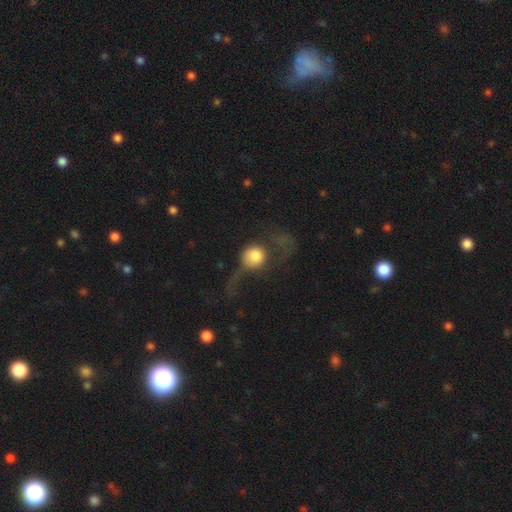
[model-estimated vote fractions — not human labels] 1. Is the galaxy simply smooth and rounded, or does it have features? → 60% smooth, 31% featured or disk, 9% star or artifact.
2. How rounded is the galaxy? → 84% round, 15% in between, 2% cigar-shaped.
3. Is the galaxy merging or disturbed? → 52% major disturbance, 26% none, 15% minor disturbance, 7% merger.